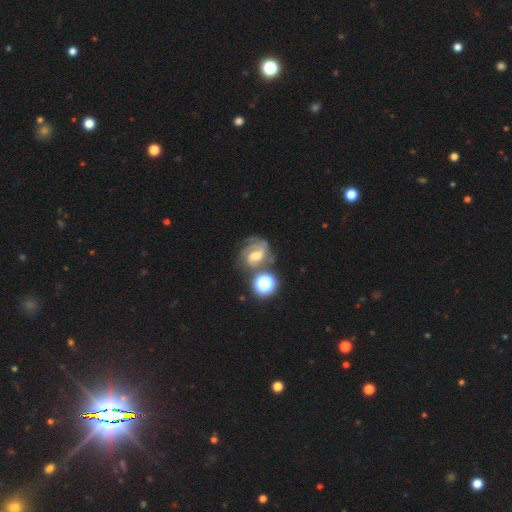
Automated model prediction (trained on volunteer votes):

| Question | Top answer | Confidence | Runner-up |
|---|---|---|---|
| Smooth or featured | featured or disk | 75% | star or artifact (14%) |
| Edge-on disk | no | 97% | yes (3%) |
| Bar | weak | 50% | no (29%) |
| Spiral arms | yes | 94% | no (6%) |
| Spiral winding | medium | 45% | tight (44%) |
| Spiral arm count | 2 | 47% | can't tell (19%) |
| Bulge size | moderate | 50% | small (30%) |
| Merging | none | 54% | minor disturbance (17%) |